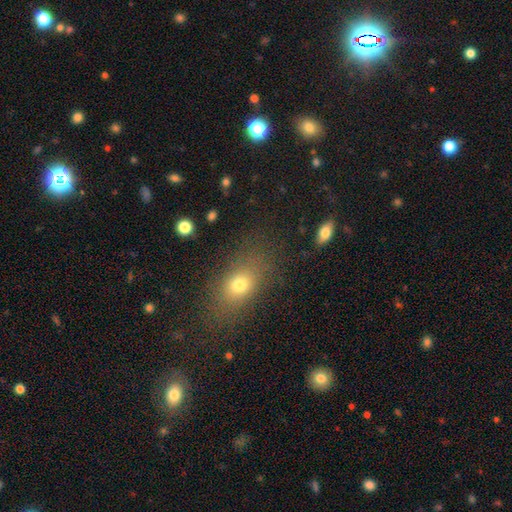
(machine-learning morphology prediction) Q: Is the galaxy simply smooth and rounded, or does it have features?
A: smooth — 65%.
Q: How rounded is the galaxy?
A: in between — 69%.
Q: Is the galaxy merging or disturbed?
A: none — 82%.